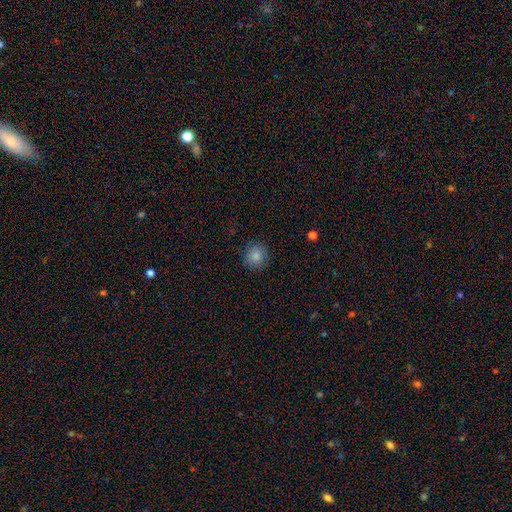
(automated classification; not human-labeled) A smooth galaxy with no disk features (85%) that is round (87%). Merging: none (87%).